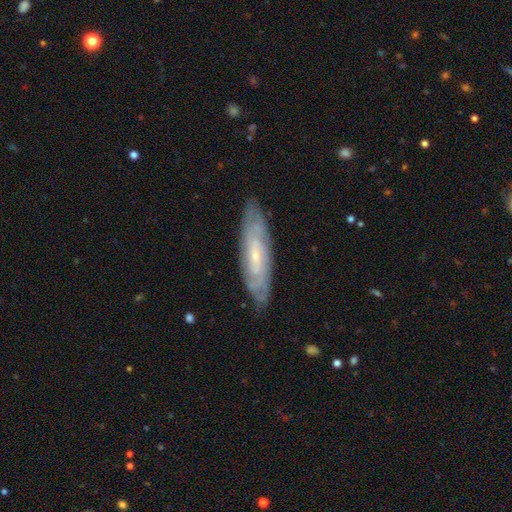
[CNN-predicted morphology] A featured or disk galaxy (71%). Merging: none (82%).